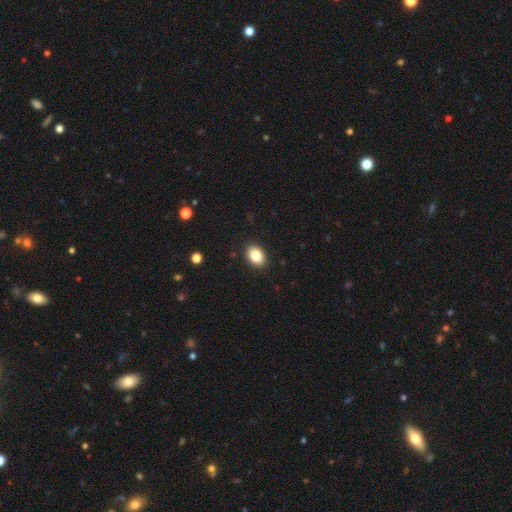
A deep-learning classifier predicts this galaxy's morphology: smooth 84%, star or artifact 9%, featured or disk 7%. Down the decision tree: how rounded — in between (78%); merging — none (90%).